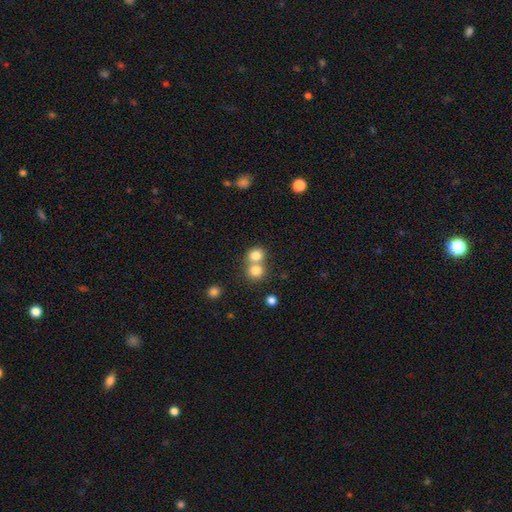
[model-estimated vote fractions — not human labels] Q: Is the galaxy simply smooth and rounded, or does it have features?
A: smooth — 79%.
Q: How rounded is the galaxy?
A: round — 77%.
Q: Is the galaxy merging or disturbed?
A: merger — 53%.